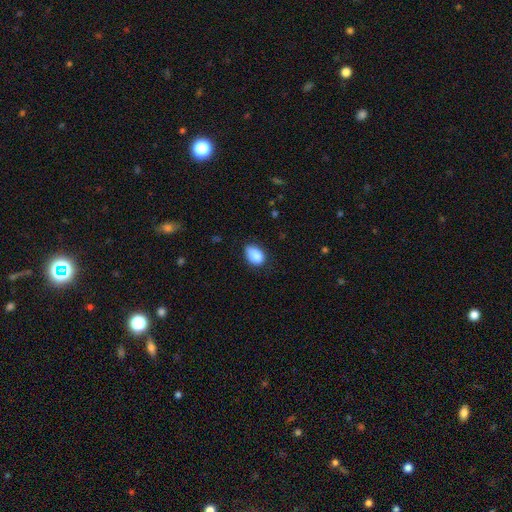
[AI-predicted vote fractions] smooth_or_featured: smooth (p=0.86) [alt: star or artifact p=0.08]
how_rounded: in between (p=0.82) [alt: round p=0.17]
merging: none (p=0.64) [alt: minor disturbance p=0.29]